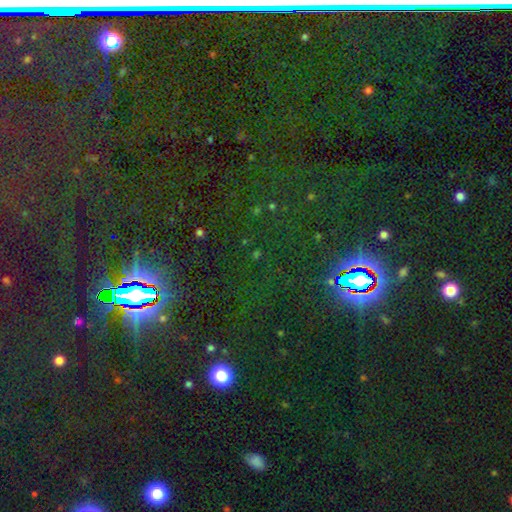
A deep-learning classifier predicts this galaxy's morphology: Smooth or featured? Predicted: star or artifact (p=0.81).